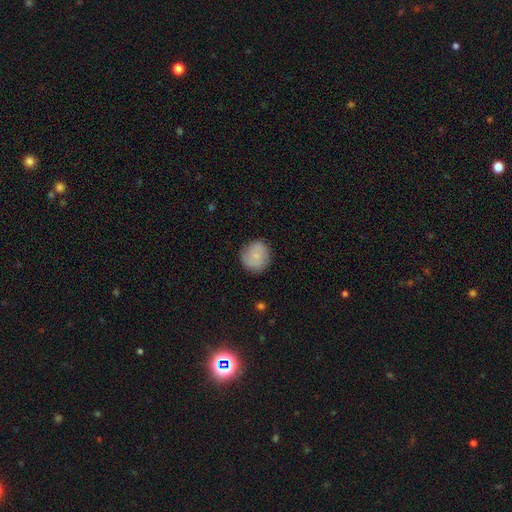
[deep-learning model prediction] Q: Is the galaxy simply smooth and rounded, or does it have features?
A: smooth — 70%.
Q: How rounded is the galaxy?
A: round — 89%.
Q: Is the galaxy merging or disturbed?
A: none — 82%.